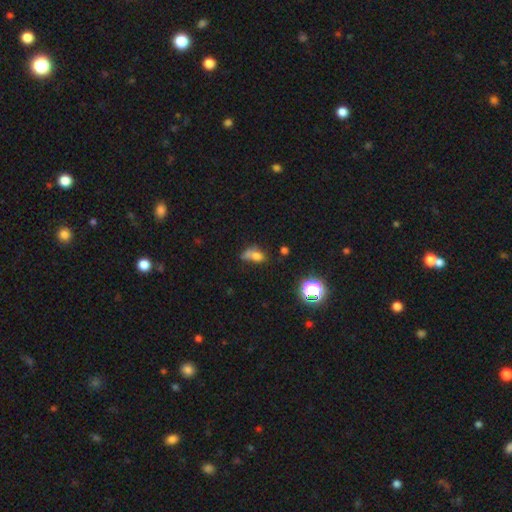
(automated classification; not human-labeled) A smooth galaxy with no disk features (66%) that is in between round and cigar-shaped (67%).

Vote fractions:
- Smooth or featured? smooth: 66% / star or artifact: 18% / featured or disk: 16%
- How rounded? in between: 67% / round: 28% / cigar-shaped: 5%
- Merging? none: 30% / merger: 29% / minor disturbance: 23% / major disturbance: 18%